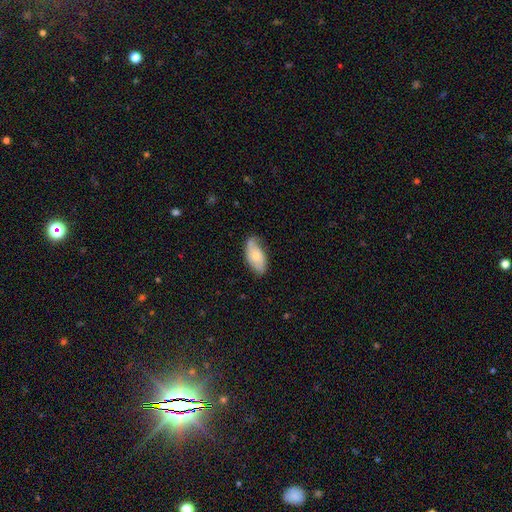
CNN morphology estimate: Smooth or featured: smooth — 60% (featured or disk — 34%)
How rounded: in between — 92% (cigar-shaped — 5%)
Merging: none — 60% (minor disturbance — 30%)